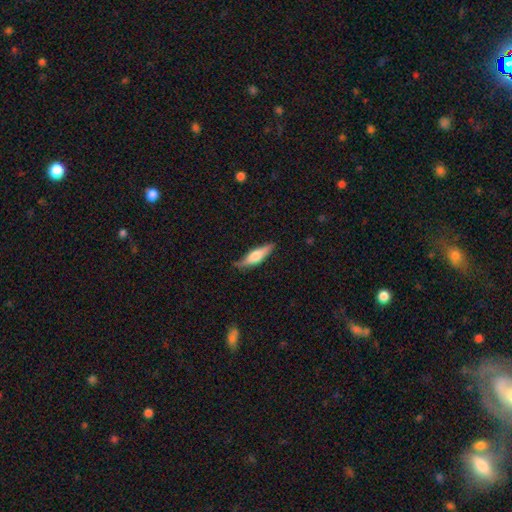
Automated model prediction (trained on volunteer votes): Smooth or featured? Predicted: smooth (p=0.51). How rounded? Predicted: cigar-shaped (p=0.63). Merging? Predicted: none (p=0.78).